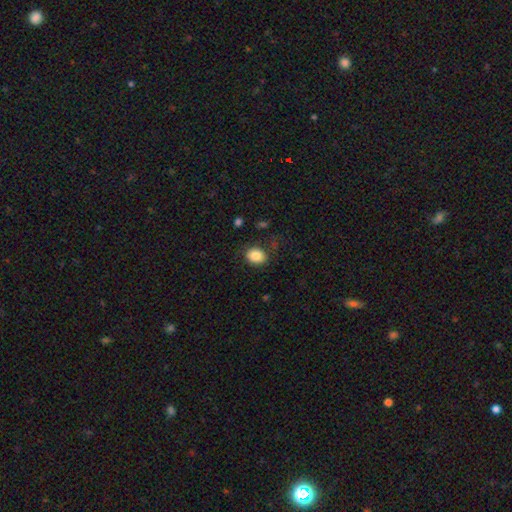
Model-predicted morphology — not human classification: Smooth or featured?
  - smooth: 84% *
  - star or artifact: 9%
  - featured or disk: 8%
How rounded?
  - in between: 55% *
  - round: 44%
  - cigar-shaped: 1%
Merging?
  - none: 79% *
  - minor disturbance: 14%
  - major disturbance: 5%
  - merger: 2%